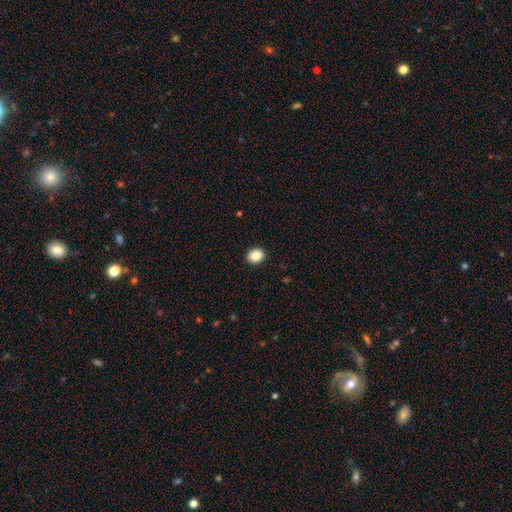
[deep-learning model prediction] Smooth or featured: smooth — 87% (star or artifact — 9%)
How rounded: round — 66% (in between — 33%)
Merging: none — 92% (minor disturbance — 5%)